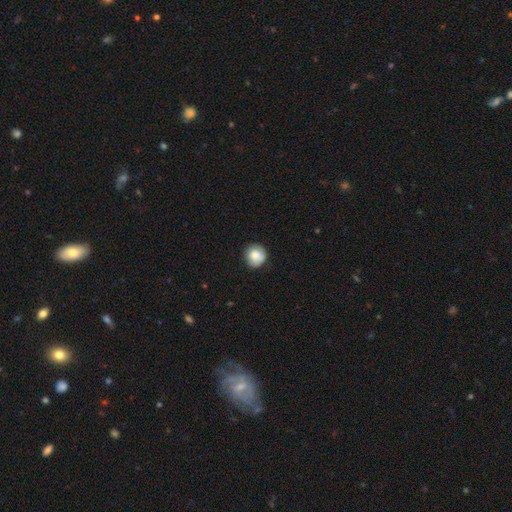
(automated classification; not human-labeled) Morphology: type=smooth (84%); roundness=round (92%); merging=none (83%).